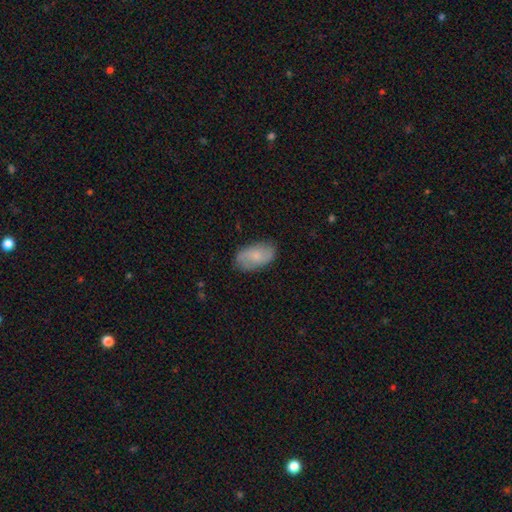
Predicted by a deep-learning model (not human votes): Smooth or featured? Predicted: smooth (p=0.61). How rounded? Predicted: in between (p=0.94). Merging? Predicted: none (p=0.81).